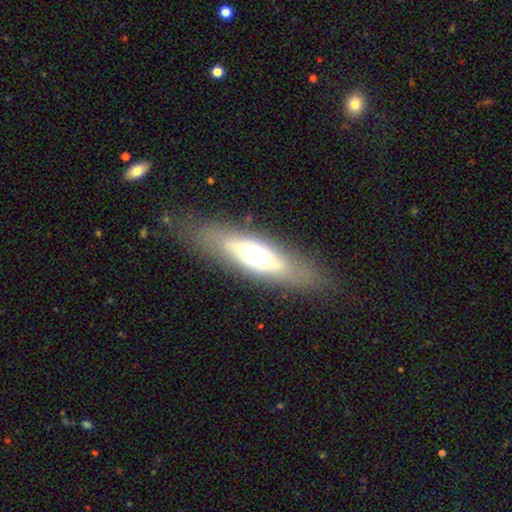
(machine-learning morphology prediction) smooth_or_featured: featured or disk (p=0.47) [alt: smooth p=0.45]
merging: none (p=0.80) [alt: minor disturbance p=0.12]